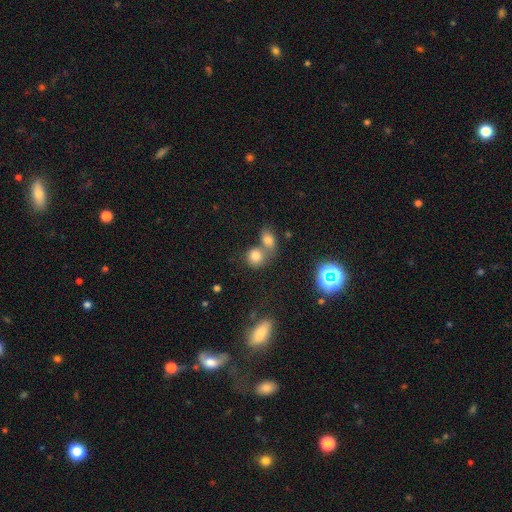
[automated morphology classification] Smooth or featured? smooth (75%)
How rounded? round (70%)
Merging? merger (51%)